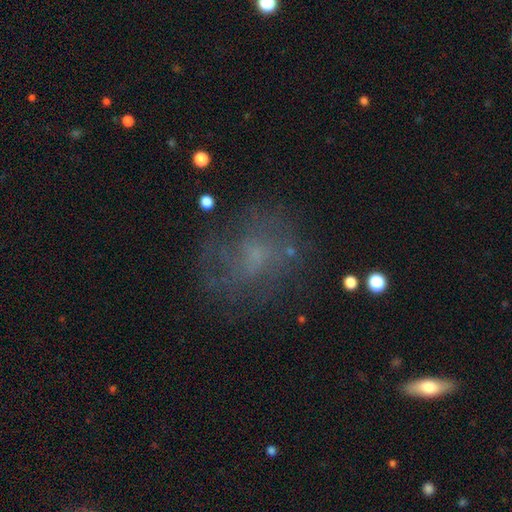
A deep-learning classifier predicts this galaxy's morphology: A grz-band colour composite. It shows a featured or disk galaxy (46%). Merging: none (65%).